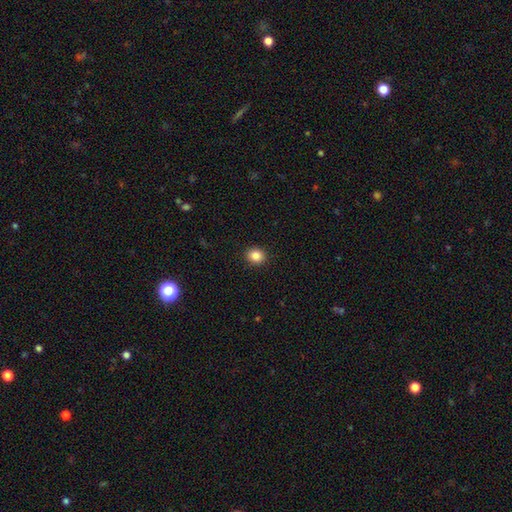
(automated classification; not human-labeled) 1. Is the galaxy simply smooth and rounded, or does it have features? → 86% smooth, 10% star or artifact, 4% featured or disk.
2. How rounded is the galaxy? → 75% round, 24% in between, 1% cigar-shaped.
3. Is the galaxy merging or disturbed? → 91% none, 6% minor disturbance, 2% major disturbance, 1% merger.